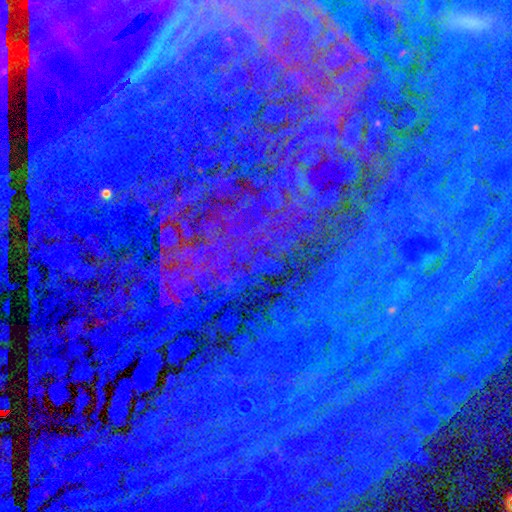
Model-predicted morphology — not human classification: Smooth or featured? Predicted: star or artifact (p=0.87).